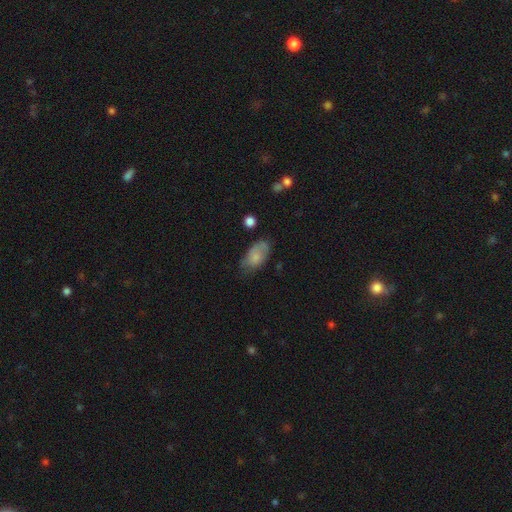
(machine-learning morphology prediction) Overall: smooth (75%). How rounded: in between (92%). Merging: none (52%; minor disturbance 34%).